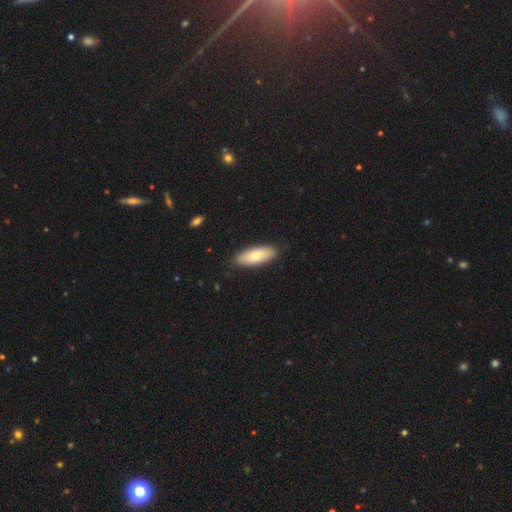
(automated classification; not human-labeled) This appears to be a smooth galaxy with no disk features (74%) that is in between round and cigar-shaped (78%). Merging: none (86%).